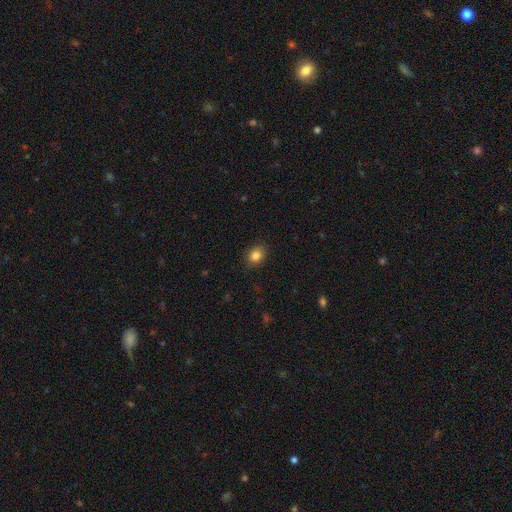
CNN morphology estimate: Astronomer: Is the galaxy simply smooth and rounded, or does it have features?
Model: smooth — 84%.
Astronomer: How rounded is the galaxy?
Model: in between — 50% (runner-up: round, 49%).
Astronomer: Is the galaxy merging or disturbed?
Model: none — 87%.